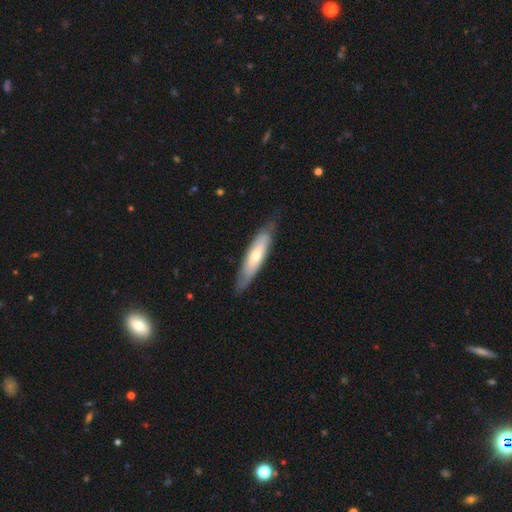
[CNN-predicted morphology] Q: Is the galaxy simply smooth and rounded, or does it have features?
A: smooth — 49%.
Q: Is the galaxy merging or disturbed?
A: none — 78%.